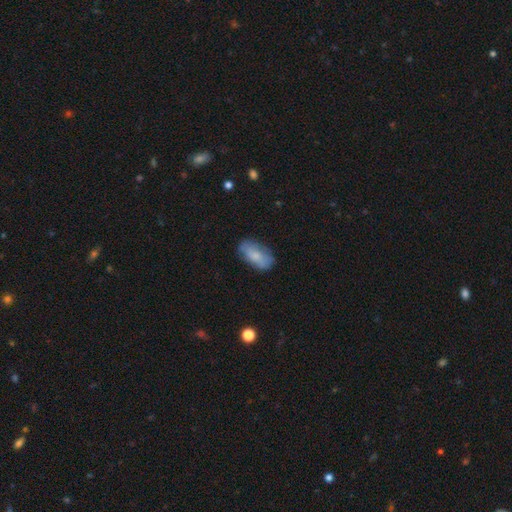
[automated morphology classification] Smooth or featured?
  - smooth: 74% *
  - featured or disk: 19%
  - star or artifact: 7%
How rounded?
  - in between: 90% *
  - cigar-shaped: 6%
  - round: 4%
Merging?
  - none: 73% *
  - minor disturbance: 20%
  - major disturbance: 5%
  - merger: 2%